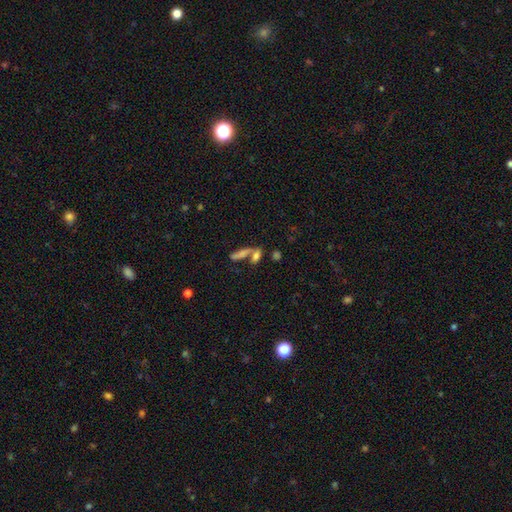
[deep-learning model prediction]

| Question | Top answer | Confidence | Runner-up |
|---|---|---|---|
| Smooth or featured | smooth | 69% | featured or disk (19%) |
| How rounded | in between | 53% | cigar-shaped (41%) |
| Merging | merger | 48% | none (37%) |